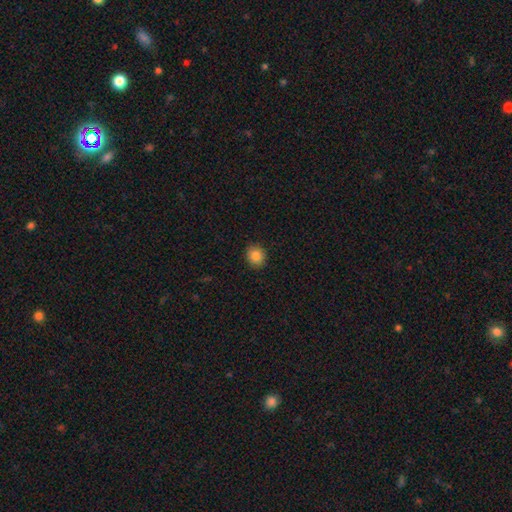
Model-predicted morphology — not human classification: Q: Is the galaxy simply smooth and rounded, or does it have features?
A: smooth — 85%.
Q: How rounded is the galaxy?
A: round — 79%.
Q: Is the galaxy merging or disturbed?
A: none — 91%.